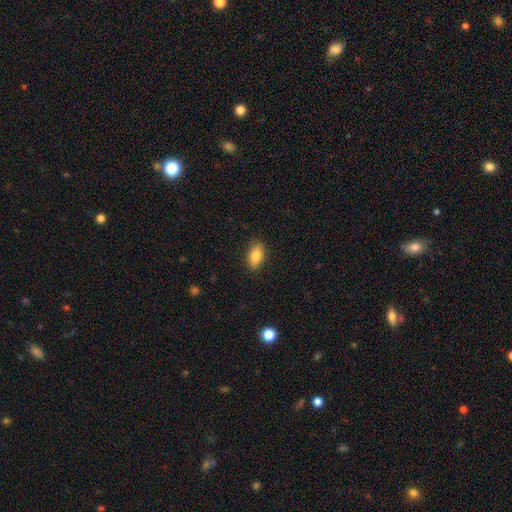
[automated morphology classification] A smooth galaxy with no disk features (83%) that is in between round and cigar-shaped (89%).

Vote fractions:
- Smooth or featured? smooth: 83% / featured or disk: 10% / star or artifact: 7%
- How rounded? in between: 89% / cigar-shaped: 7% / round: 4%
- Merging? none: 87% / minor disturbance: 9% / major disturbance: 2% / merger: 1%